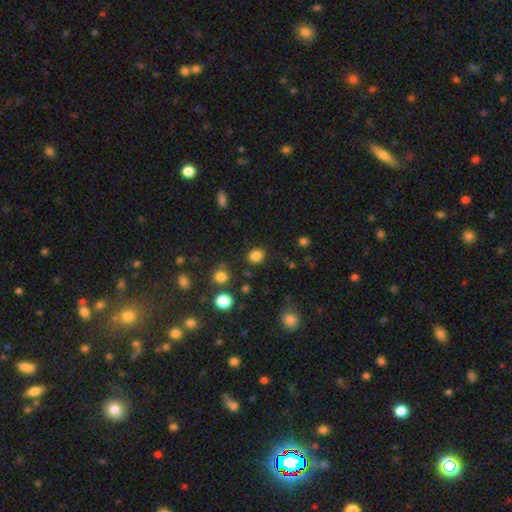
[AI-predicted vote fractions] This appears to be a smooth galaxy with no disk features (84%) that is round (69%). Merging: none (86%).